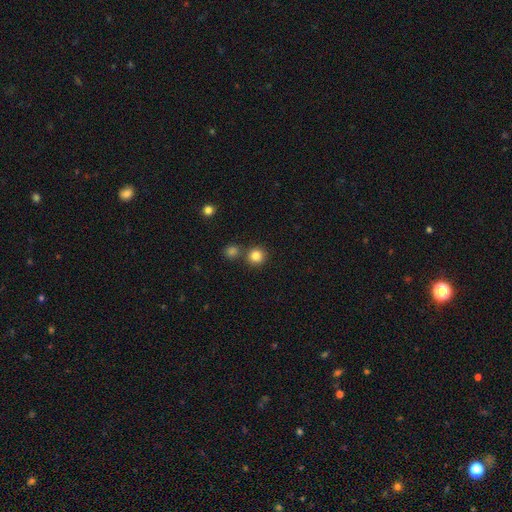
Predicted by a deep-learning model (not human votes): The model was most divided on "merging": none: 74%, merger: 16%, minor disturbance: 7%, major disturbance: 3%. More confident: how rounded — round (93%); smooth or featured — smooth (84%).